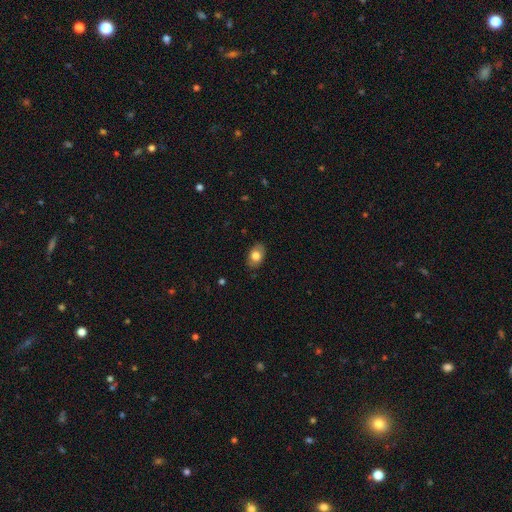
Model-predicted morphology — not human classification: smooth 76%, featured or disk 16%, star or artifact 7%. Down the decision tree: how rounded — in between (86%); merging — none (84%).